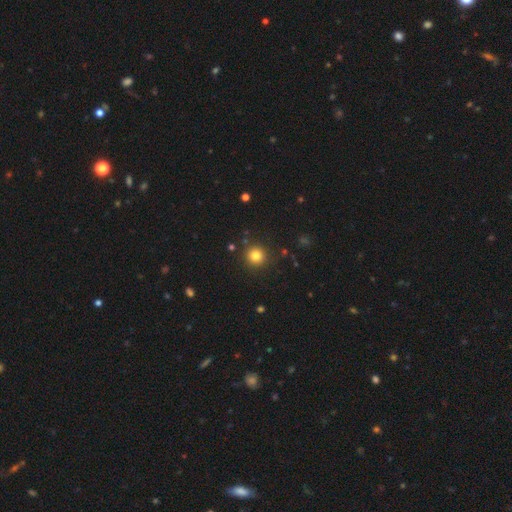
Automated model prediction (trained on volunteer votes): A smooth galaxy with no disk features (81%) that is round (95%). Merging: none (90%).